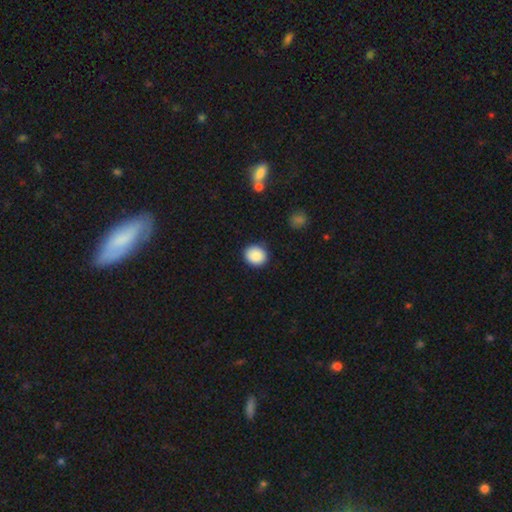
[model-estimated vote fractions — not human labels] Morphology: type=smooth (89%); roundness=round (75%); merging=none (89%).